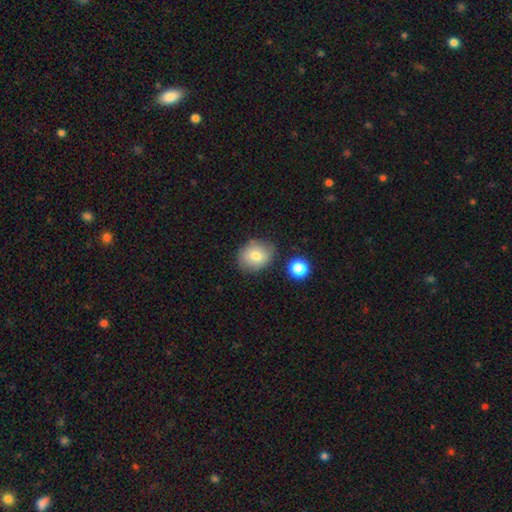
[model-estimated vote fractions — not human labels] A smooth galaxy with no disk features (78%) that is round (61%).

Vote fractions:
- Smooth or featured? smooth: 78% / featured or disk: 13% / star or artifact: 9%
- How rounded? round: 61% / in between: 38% / cigar-shaped: 1%
- Merging? none: 76% / minor disturbance: 16% / merger: 5% / major disturbance: 4%